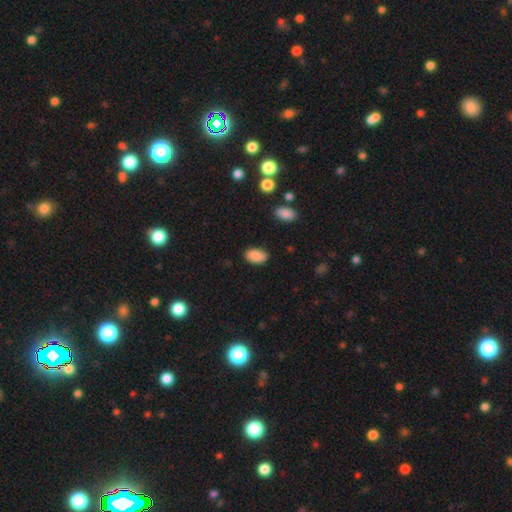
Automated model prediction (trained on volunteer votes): Smooth or featured? smooth (88%)
How rounded? in between (93%)
Merging? none (83%)